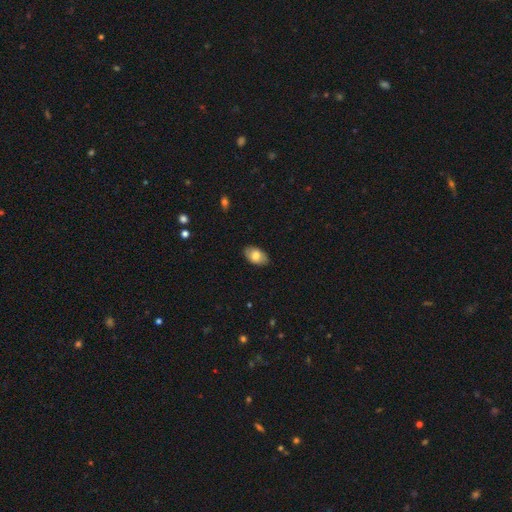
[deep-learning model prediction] This appears to be a smooth galaxy with no disk features (76%) that is in between round and cigar-shaped (91%). Merging: none (84%).